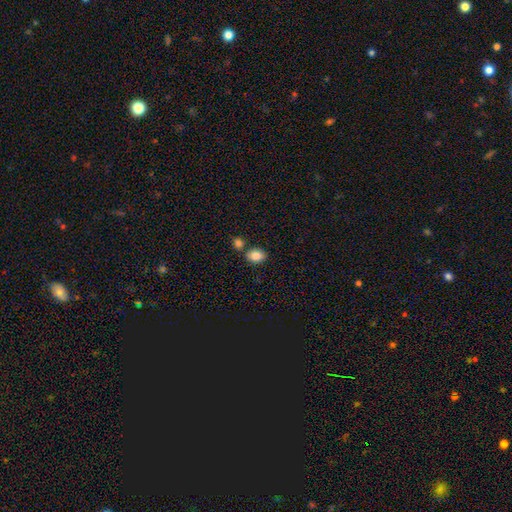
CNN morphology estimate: smooth-or-featured: smooth: 86% | star or artifact: 8% | featured or disk: 6%
  how-rounded: in between: 74% | round: 25% | cigar-shaped: 1%
  merging: none: 72% | merger: 15% | minor disturbance: 10% | major disturbance: 3%